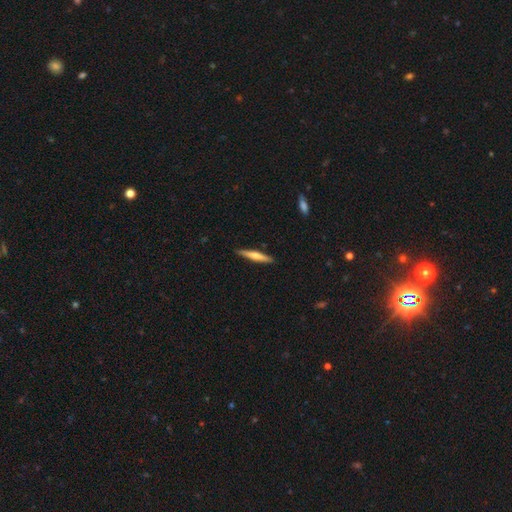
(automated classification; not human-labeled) Overall: smooth (51%; featured or disk 43%). How rounded: cigar-shaped (92%). Merging: none (90%).